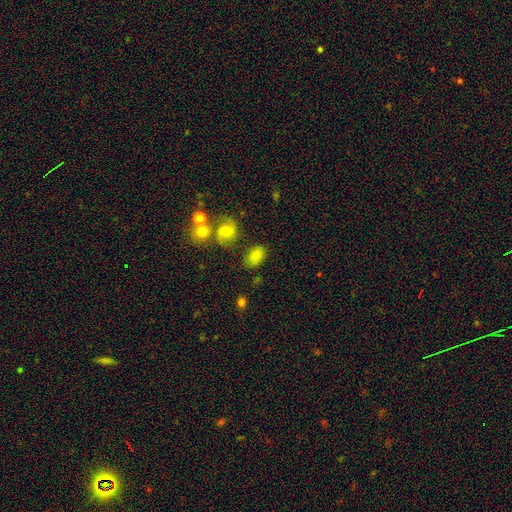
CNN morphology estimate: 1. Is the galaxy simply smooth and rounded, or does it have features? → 81% smooth, 10% star or artifact, 9% featured or disk.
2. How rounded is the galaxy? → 87% in between, 12% round, 2% cigar-shaped.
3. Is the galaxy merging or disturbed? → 73% none, 15% minor disturbance, 8% merger, 5% major disturbance.